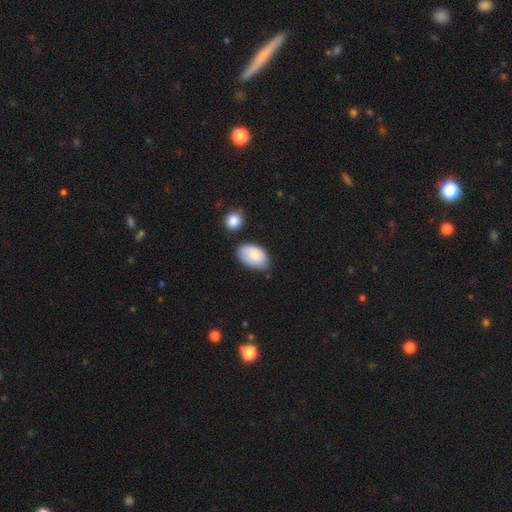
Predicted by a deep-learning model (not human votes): Smooth or featured? smooth (84%)
How rounded? in between (94%)
Merging? none (65%)